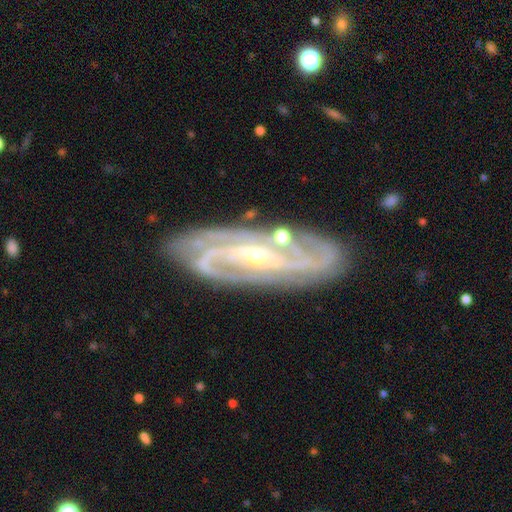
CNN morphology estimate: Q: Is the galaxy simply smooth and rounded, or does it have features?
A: featured or disk — 90%.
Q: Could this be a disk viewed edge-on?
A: no — 91%.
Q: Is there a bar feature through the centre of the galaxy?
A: strong — 38%.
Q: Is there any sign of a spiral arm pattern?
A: yes — 98%.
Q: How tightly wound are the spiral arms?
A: tight — 49%.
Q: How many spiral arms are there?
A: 2 — 49%.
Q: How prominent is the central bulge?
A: small — 72%.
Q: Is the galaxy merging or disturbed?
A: none — 81%.